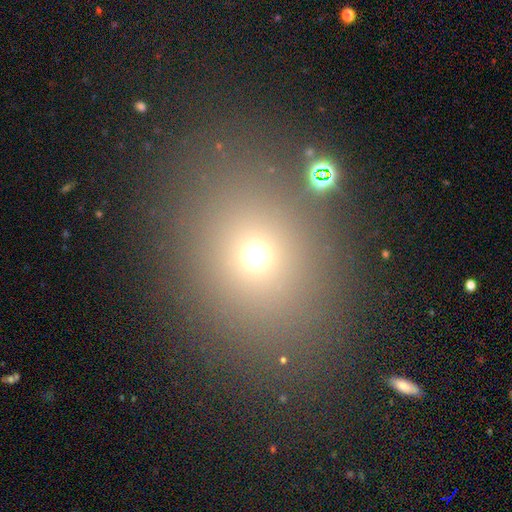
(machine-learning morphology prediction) type=smooth (66%); roundness=round (54%); merging=none (82%).